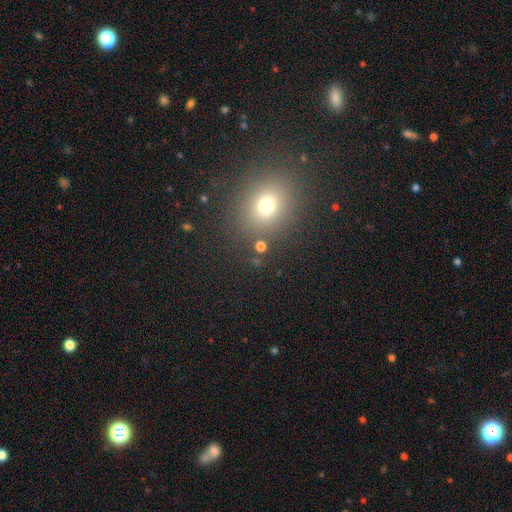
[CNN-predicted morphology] This is likely a smooth galaxy (62%). How rounded: likely round (69%). Merging: clearly none (87%).